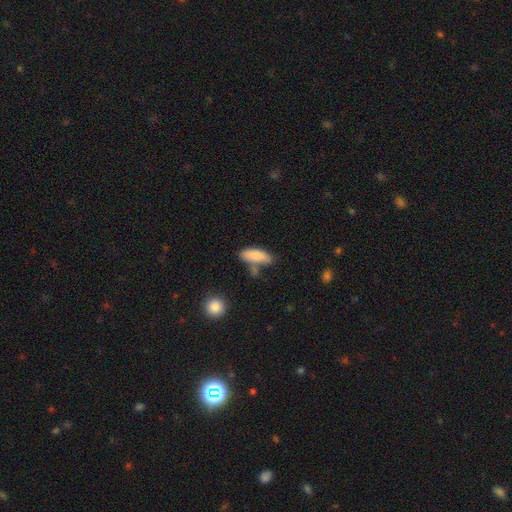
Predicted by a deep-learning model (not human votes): Smooth or featured: smooth — 85% (featured or disk — 9%)
How rounded: in between — 71% (cigar-shaped — 27%)
Merging: none — 59% (minor disturbance — 21%)